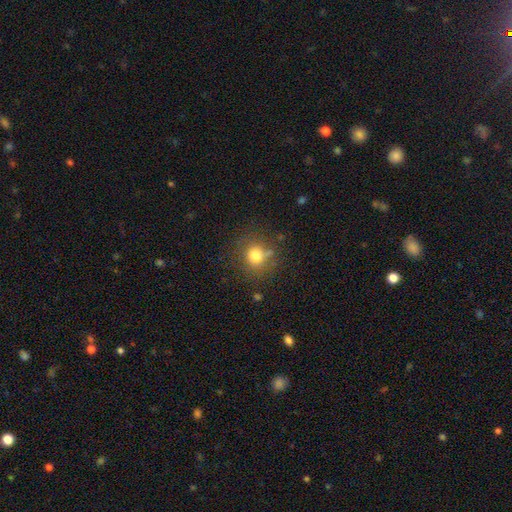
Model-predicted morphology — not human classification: type=smooth (77%); roundness=round (84%); merging=none (75%).